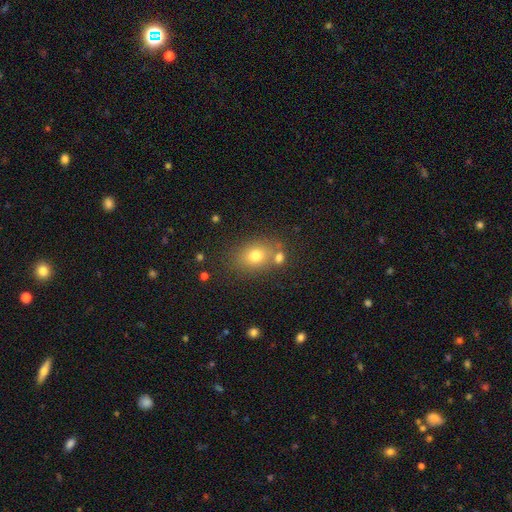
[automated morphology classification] Smooth or featured? smooth (73%)
How rounded? in between (62%)
Merging? none (70%)